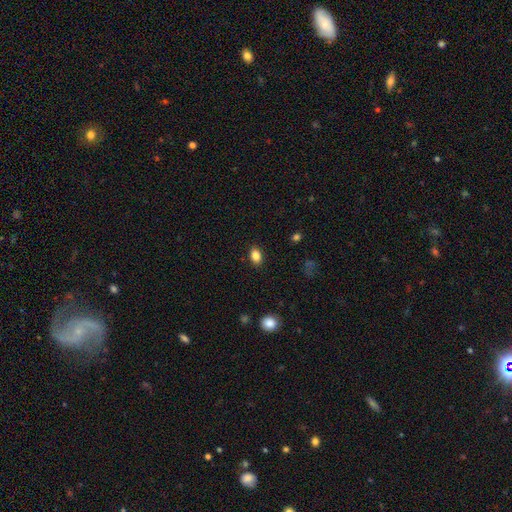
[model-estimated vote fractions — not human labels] smooth-or-featured: smooth: 85% | star or artifact: 9% | featured or disk: 5%
  how-rounded: in between: 83% | round: 15% | cigar-shaped: 2%
  merging: none: 88% | minor disturbance: 9% | major disturbance: 2% | merger: 1%